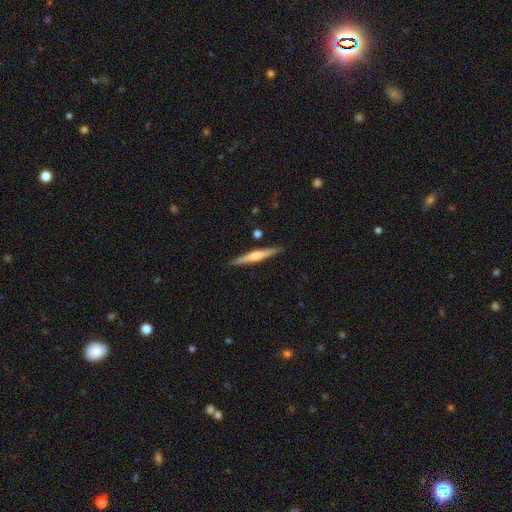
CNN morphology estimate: Smooth or featured? Predicted: featured or disk (p=0.59). Edge-on disk? Predicted: yes (p=0.98). Edge-on bulge? Predicted: rounded (p=0.71). Merging? Predicted: none (p=0.89).